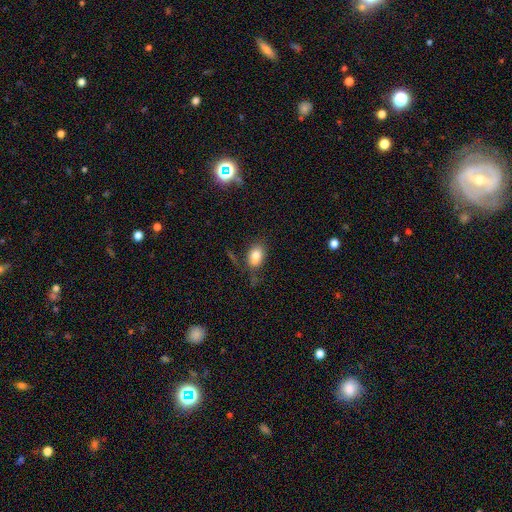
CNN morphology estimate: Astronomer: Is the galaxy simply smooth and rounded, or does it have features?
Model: smooth — 79%.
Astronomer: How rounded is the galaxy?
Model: in between — 82%.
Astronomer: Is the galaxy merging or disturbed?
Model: none — 61%.